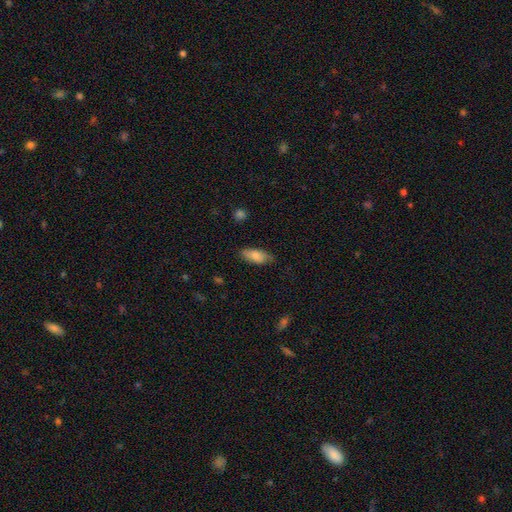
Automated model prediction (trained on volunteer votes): smooth 81%, featured or disk 13%, star or artifact 7%. Down the decision tree: how rounded — in between (82%); merging — none (75%).